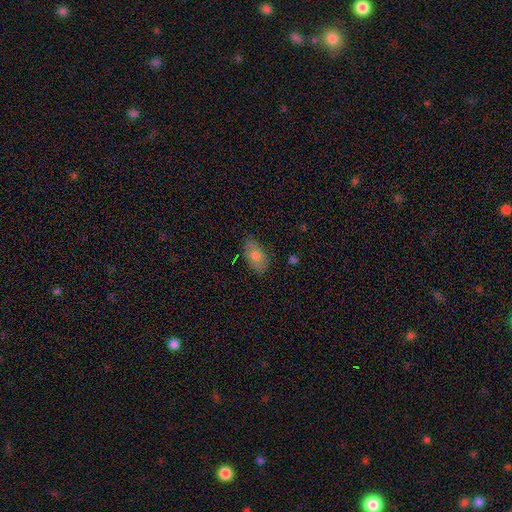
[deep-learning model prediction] A smooth galaxy with no disk features (71%) that is in between round and cigar-shaped (90%). Merging: none (75%).